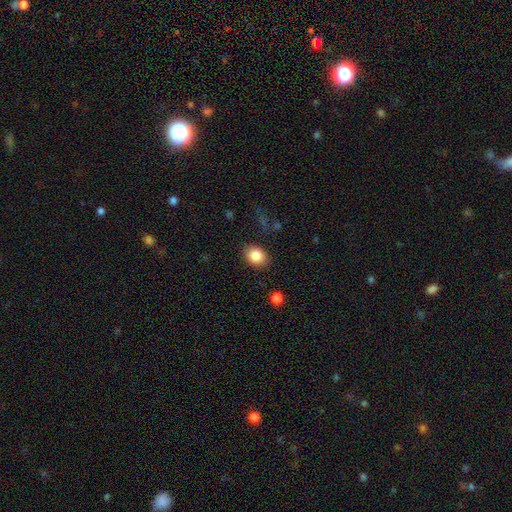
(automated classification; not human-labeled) smooth-or-featured: smooth: 86% | star or artifact: 9% | featured or disk: 5%
  how-rounded: in between: 54% | round: 45% | cigar-shaped: 1%
  merging: none: 84% | minor disturbance: 11% | major disturbance: 3% | merger: 2%